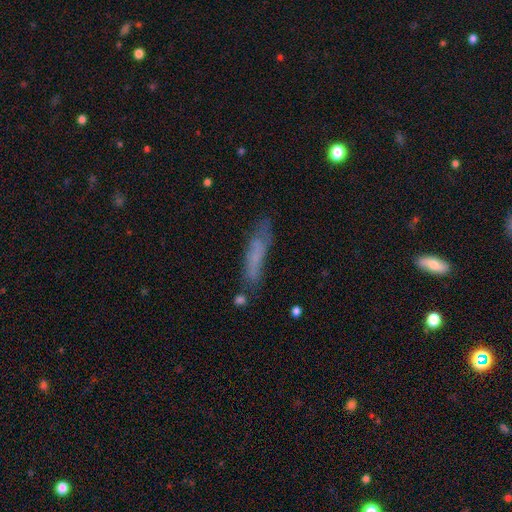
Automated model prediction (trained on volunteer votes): Smooth or featured: smooth — 58% (featured or disk — 32%)
How rounded: cigar-shaped — 83% (in between — 16%)
Merging: none — 64% (minor disturbance — 22%)